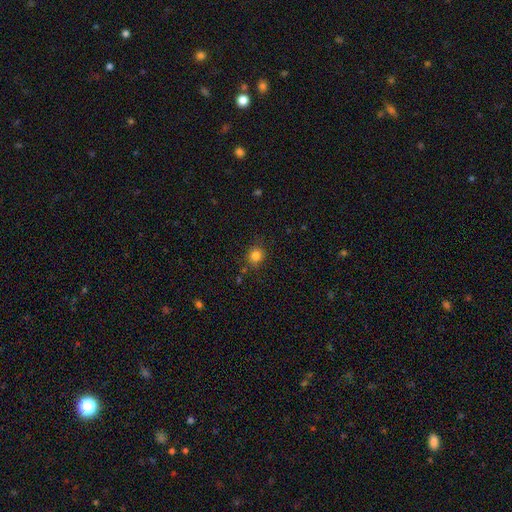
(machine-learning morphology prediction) Overall: smooth (82%). How rounded: round (87%). Merging: none (84%).